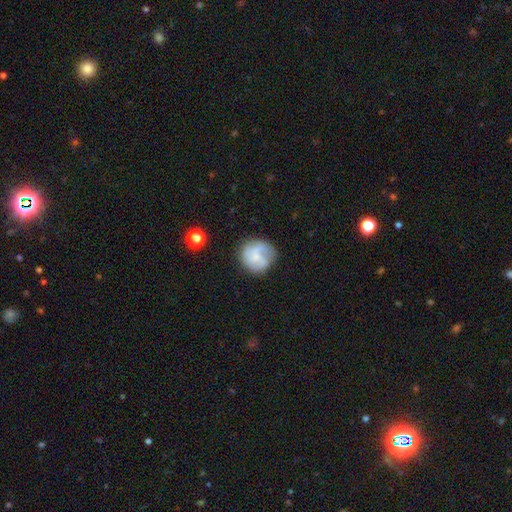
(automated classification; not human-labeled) A featured or disk galaxy (52%) with no bar (68%), spiral arms (78%) and a small central bulge (56%). Merging: none (65%).